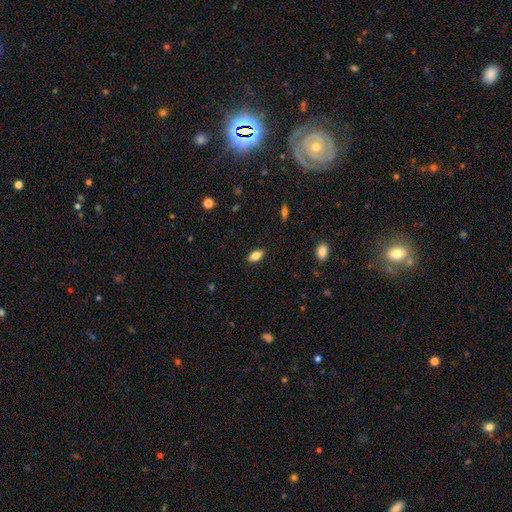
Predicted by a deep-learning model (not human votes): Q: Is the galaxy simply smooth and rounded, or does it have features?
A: smooth — 81%.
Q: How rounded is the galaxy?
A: in between — 88%.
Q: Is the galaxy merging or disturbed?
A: none — 88%.